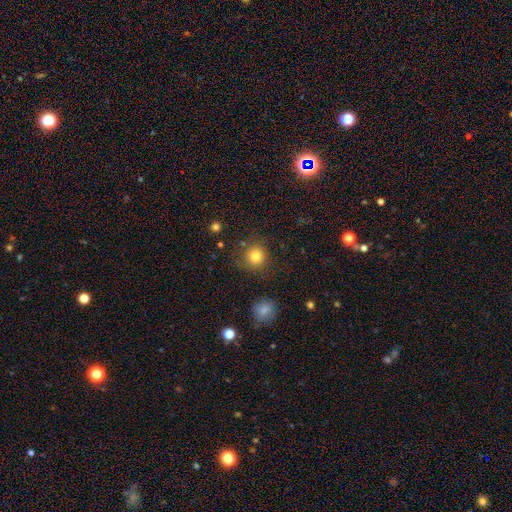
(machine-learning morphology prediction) Smooth or featured? Predicted: smooth (p=0.81). How rounded? Predicted: round (p=0.91). Merging? Predicted: none (p=0.78).